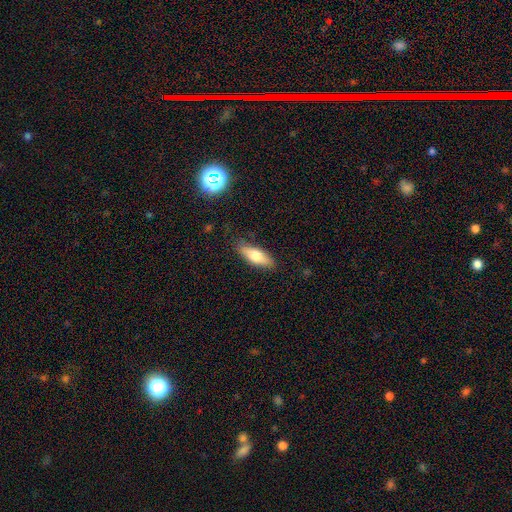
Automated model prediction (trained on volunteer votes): smooth_or_featured: smooth (p=0.67) [alt: featured or disk p=0.27]
how_rounded: in between (p=0.61) [alt: cigar-shaped p=0.36]
merging: none (p=0.84) [alt: minor disturbance p=0.13]